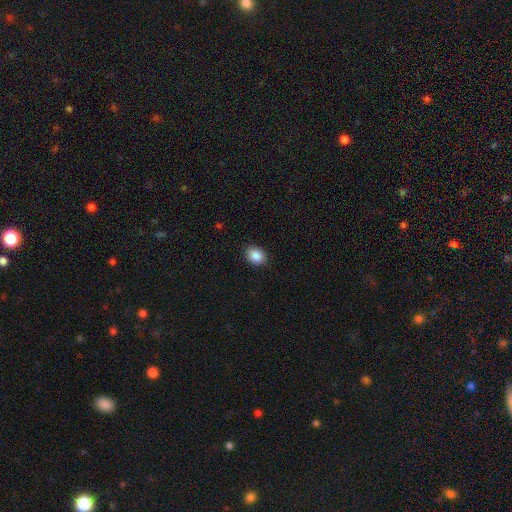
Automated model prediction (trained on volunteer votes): Q: Smooth or featured?
A: smooth (88%); runner-up: star or artifact (8%)
Q: How rounded?
A: in between (59%); runner-up: round (40%)
Q: Merging?
A: none (89%); runner-up: minor disturbance (8%)